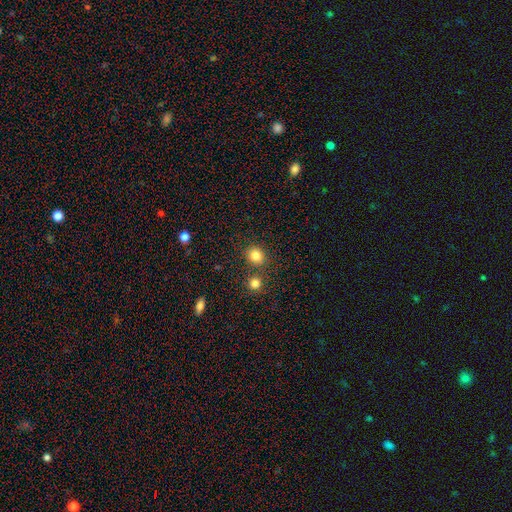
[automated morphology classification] Smooth or featured?
  - smooth: 82% *
  - star or artifact: 12%
  - featured or disk: 5%
How rounded?
  - round: 74% *
  - in between: 26%
  - cigar-shaped: 1%
Merging?
  - none: 77% *
  - merger: 11%
  - minor disturbance: 9%
  - major disturbance: 3%